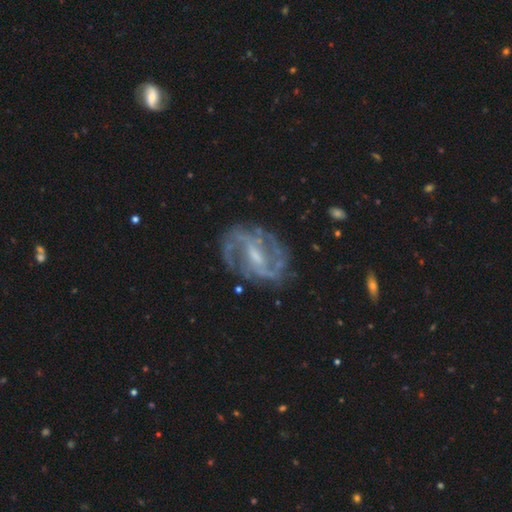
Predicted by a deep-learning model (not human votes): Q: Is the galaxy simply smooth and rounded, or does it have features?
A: featured or disk — 89%.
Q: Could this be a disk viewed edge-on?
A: no — 97%.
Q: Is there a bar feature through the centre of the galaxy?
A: weak — 49%.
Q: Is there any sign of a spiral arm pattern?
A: yes — 94%.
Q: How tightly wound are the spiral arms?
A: medium — 50%.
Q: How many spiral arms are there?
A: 2 — 61%.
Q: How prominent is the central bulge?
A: small — 45%.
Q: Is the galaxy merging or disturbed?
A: none — 73%.